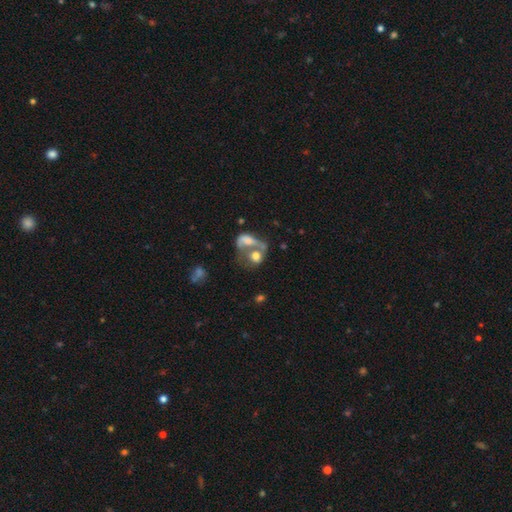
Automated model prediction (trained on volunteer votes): A smooth galaxy with no disk features (58%) that is in between round and cigar-shaped (58%). Merging: merger (63%).